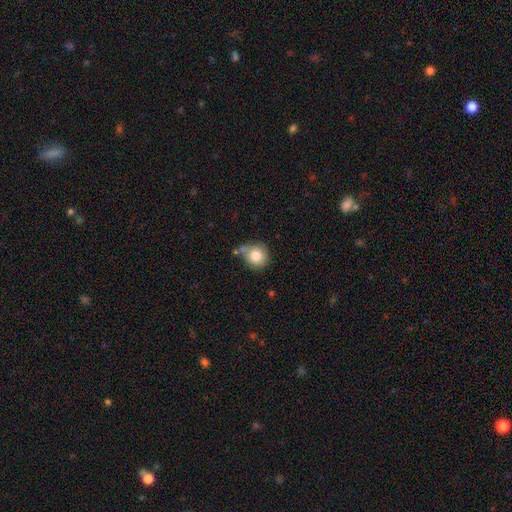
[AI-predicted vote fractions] This is clearly a smooth galaxy (82%). How rounded: clearly round (88%). Merging: likely none (61%).